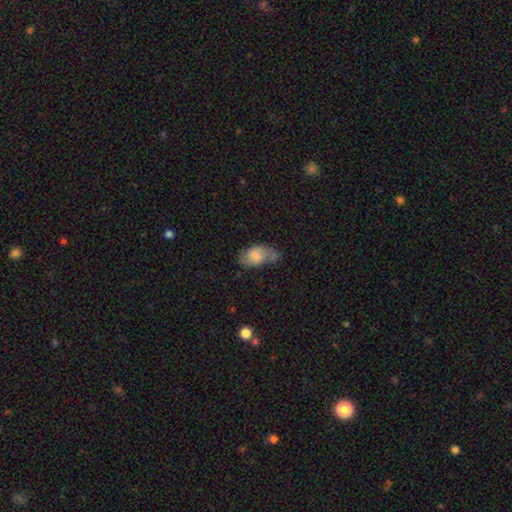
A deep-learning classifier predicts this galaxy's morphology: Smooth or featured?
  - smooth: 61% *
  - featured or disk: 31%
  - star or artifact: 8%
How rounded?
  - in between: 91% *
  - round: 6%
  - cigar-shaped: 3%
Merging?
  - none: 50% *
  - minor disturbance: 30%
  - major disturbance: 12%
  - merger: 8%